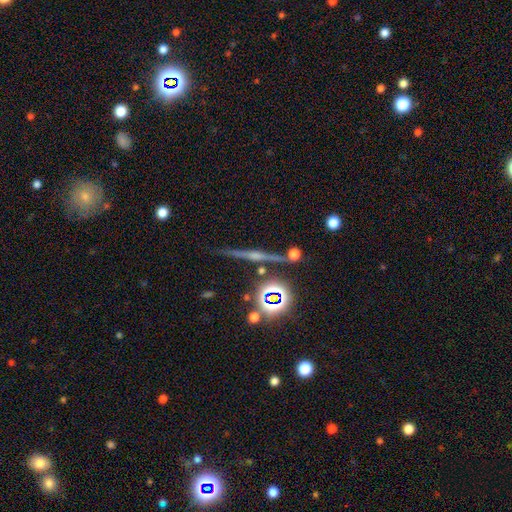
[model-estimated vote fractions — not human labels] A star or artifact, not a galaxy (51%).

Vote fractions:
- Smooth or featured? star or artifact: 51% / featured or disk: 32% / smooth: 17%